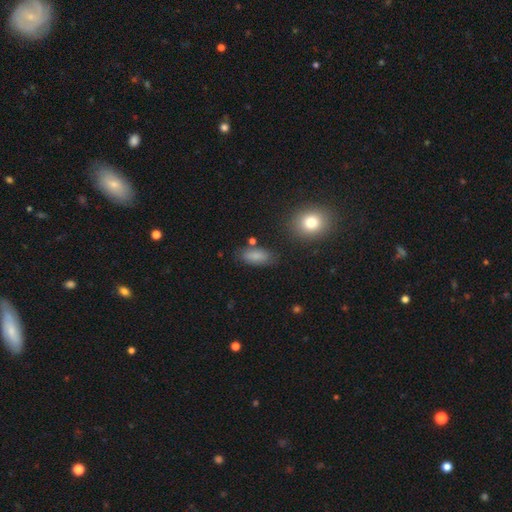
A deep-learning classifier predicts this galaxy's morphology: smooth 82%, featured or disk 9%, star or artifact 9%. Down the decision tree: how rounded — in between (88%); merging — none (76%).